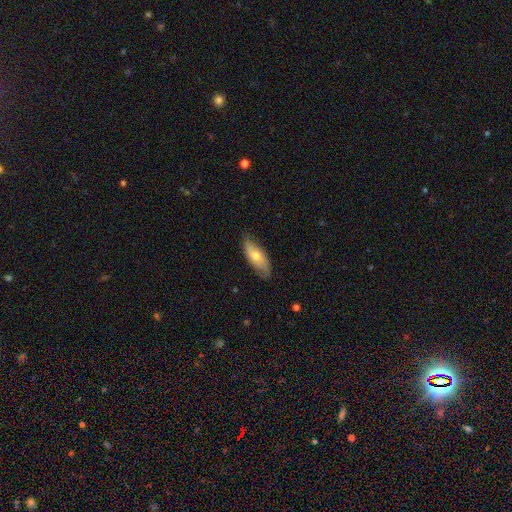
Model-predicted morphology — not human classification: Overall: smooth (52%; featured or disk 41%). How rounded: in between (75%). Merging: none (74%).